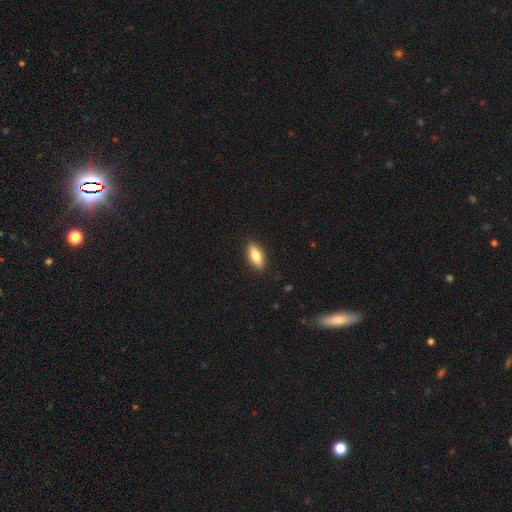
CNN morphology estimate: The model was most divided on "how rounded": in between: 76%, cigar-shaped: 21%, round: 3%. More confident: merging — none (89%); smooth or featured — smooth (80%).